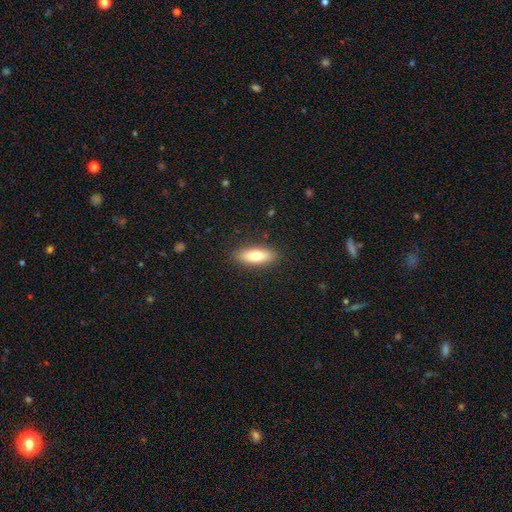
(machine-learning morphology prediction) Overall: smooth (76%). How rounded: in between (61%; cigar-shaped 37%). Merging: none (88%).